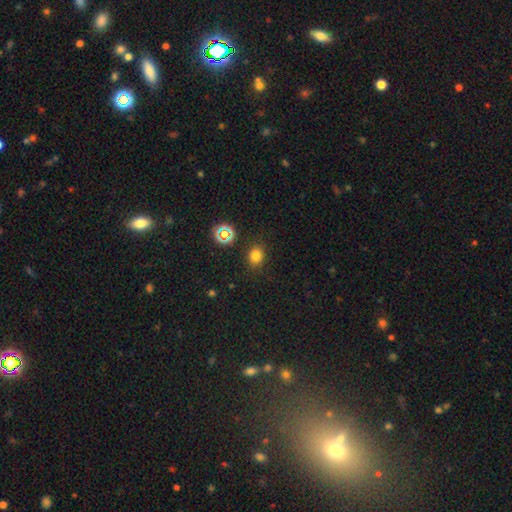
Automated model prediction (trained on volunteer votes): Smooth or featured? smooth (76%)
How rounded? round (64%)
Merging? none (85%)